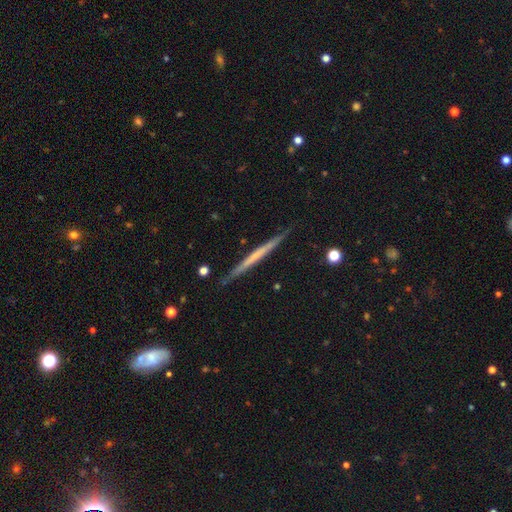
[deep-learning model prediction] Smooth or featured? featured or disk (57%)
Edge-on disk? yes (97%)
Edge-on bulge? none (87%)
Merging? none (89%)